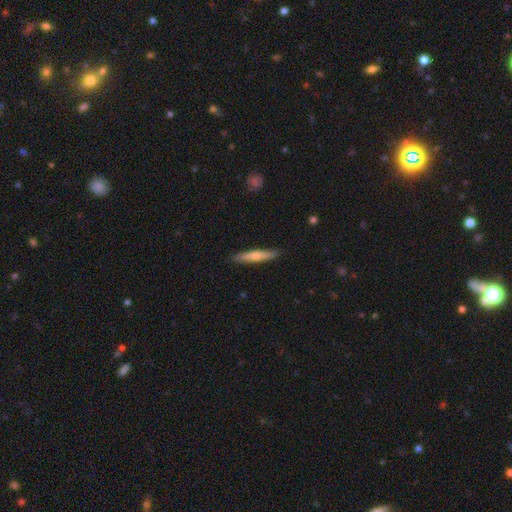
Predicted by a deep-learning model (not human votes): This appears to be a featured or disk galaxy (49%). Merging: none (90%).